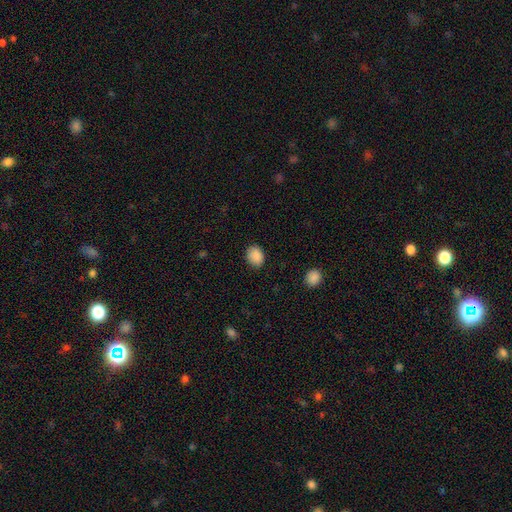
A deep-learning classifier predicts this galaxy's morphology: A smooth galaxy with no disk features (89%) that is in between round and cigar-shaped (54%). Merging: none (85%).